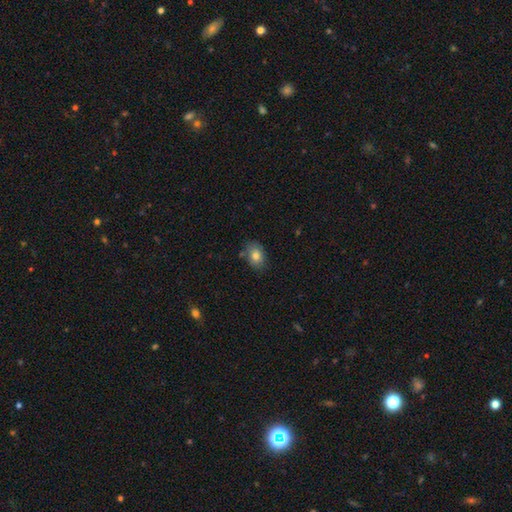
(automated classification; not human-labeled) Q: Smooth or featured?
A: smooth (79%); runner-up: featured or disk (12%)
Q: How rounded?
A: in between (77%); runner-up: round (22%)
Q: Merging?
A: none (76%); runner-up: minor disturbance (17%)